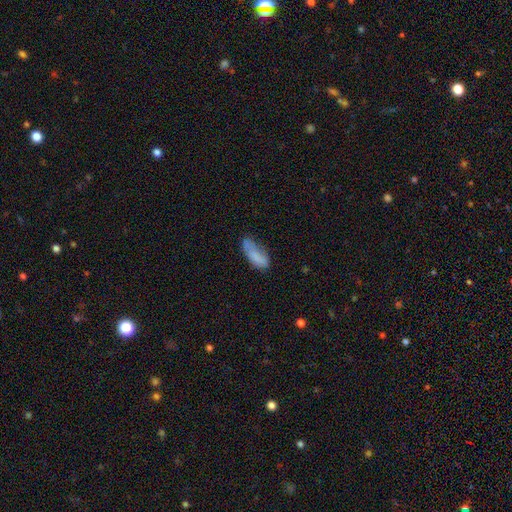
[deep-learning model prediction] Morphology: type=smooth (76%); roundness=in between (76%); merging=none (51%).